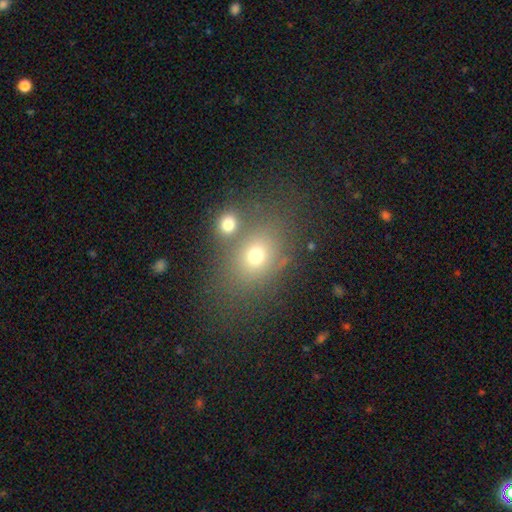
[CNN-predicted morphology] smooth_or_featured: smooth (p=0.67) [alt: star or artifact p=0.18]
how_rounded: in between (p=0.57) [alt: round p=0.41]
merging: none (p=0.58) [alt: merger p=0.24]